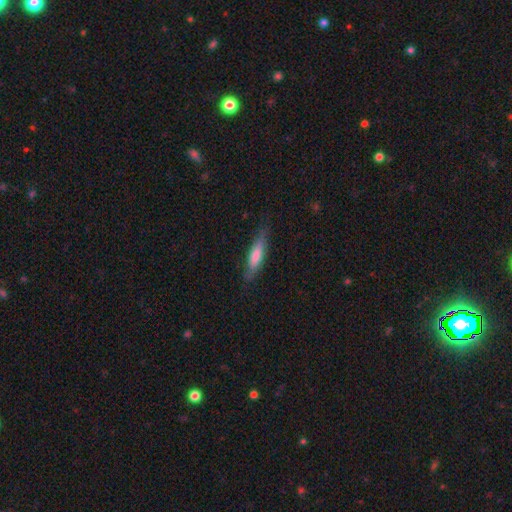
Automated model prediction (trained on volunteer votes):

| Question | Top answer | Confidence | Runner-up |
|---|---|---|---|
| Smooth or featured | smooth | 59% | featured or disk (34%) |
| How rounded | cigar-shaped | 81% | in between (18%) |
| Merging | none | 81% | minor disturbance (15%) |